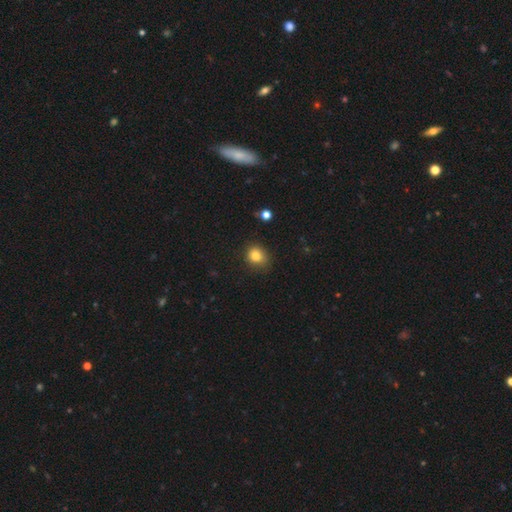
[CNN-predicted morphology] This appears to be a smooth galaxy with no disk features (82%) that is round (69%). Merging: none (73%).